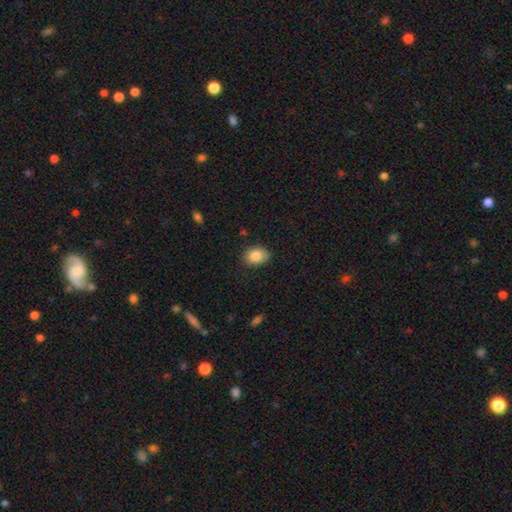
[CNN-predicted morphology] Smooth or featured?
  - smooth: 85% *
  - star or artifact: 8%
  - featured or disk: 7%
How rounded?
  - in between: 70% *
  - round: 29%
  - cigar-shaped: 1%
Merging?
  - none: 78% *
  - minor disturbance: 17%
  - major disturbance: 3%
  - merger: 1%